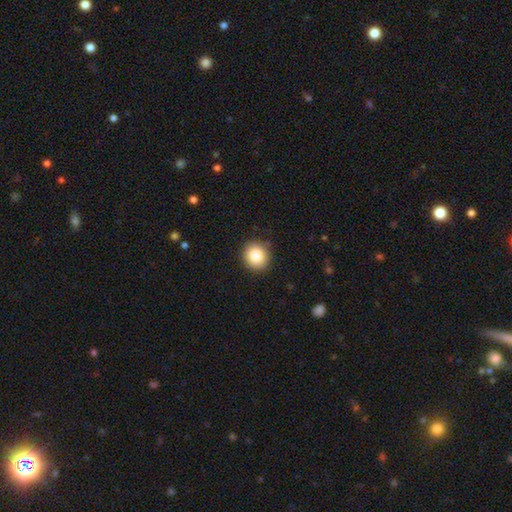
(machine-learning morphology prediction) smooth-or-featured: smooth: 85% | star or artifact: 9% | featured or disk: 6%
  how-rounded: round: 88% | in between: 11% | cigar-shaped: 1%
  merging: none: 89% | minor disturbance: 8% | major disturbance: 2% | merger: 1%